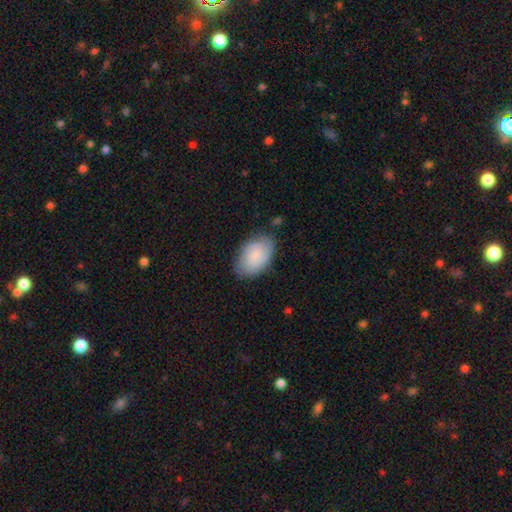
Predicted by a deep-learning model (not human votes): smooth 69%, featured or disk 24%, star or artifact 7%. Down the decision tree: how rounded — in between (90%); merging — none (75%).